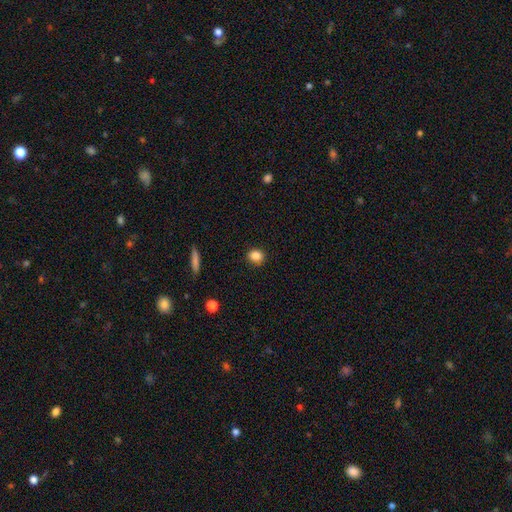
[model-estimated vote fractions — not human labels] smooth-or-featured: smooth: 86% | star or artifact: 10% | featured or disk: 4%
  how-rounded: round: 72% | in between: 26% | cigar-shaped: 1%
  merging: none: 88% | minor disturbance: 9% | major disturbance: 2% | merger: 1%